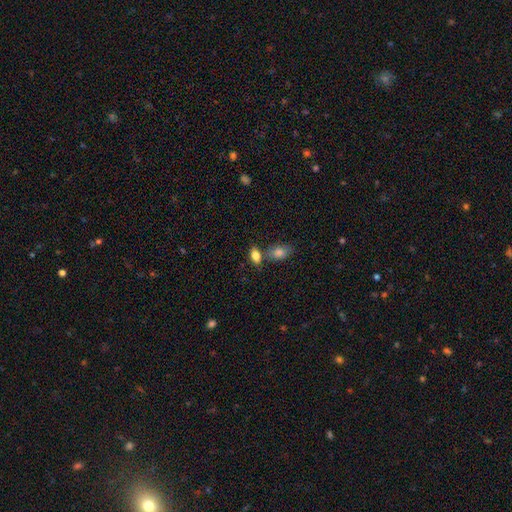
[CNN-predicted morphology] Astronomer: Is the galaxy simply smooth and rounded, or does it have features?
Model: smooth — 82%.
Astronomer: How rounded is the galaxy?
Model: in between — 87%.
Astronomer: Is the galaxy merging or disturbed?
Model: none — 57%.